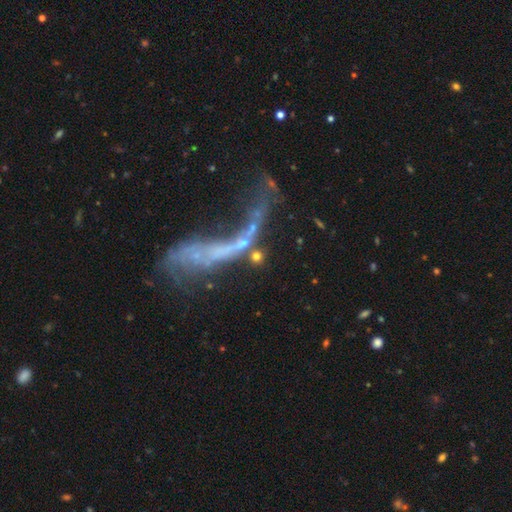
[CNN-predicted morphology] smooth_or_featured: featured or disk (p=0.59) [alt: smooth p=0.22]
disk_edge_on: no (p=0.79) [alt: yes p=0.21]
merging: major disturbance (p=0.35) [alt: merger p=0.29]